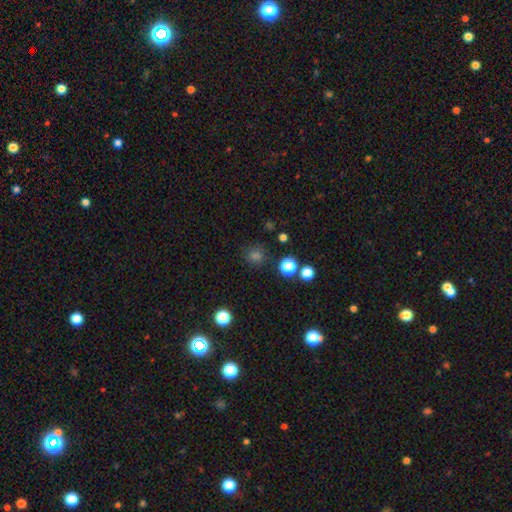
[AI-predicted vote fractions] A smooth galaxy with no disk features (72%) that is round (91%).

Vote fractions:
- Smooth or featured? smooth: 72% / star or artifact: 23% / featured or disk: 5%
- How rounded? round: 91% / in between: 8% / cigar-shaped: 1%
- Merging? none: 86% / minor disturbance: 8% / major disturbance: 3% / merger: 3%